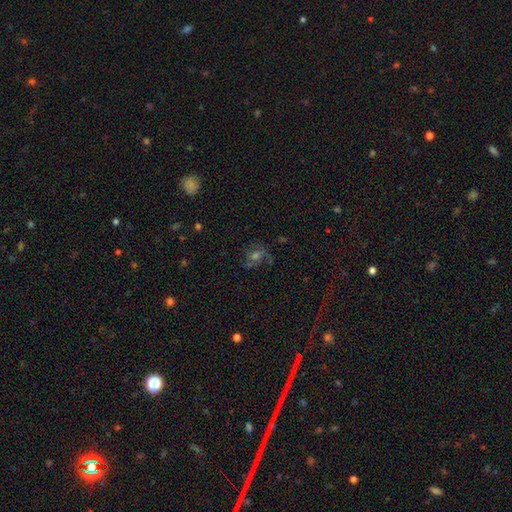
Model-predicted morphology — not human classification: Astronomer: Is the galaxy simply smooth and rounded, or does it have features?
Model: featured or disk — 44% (runner-up: star or artifact, 31%).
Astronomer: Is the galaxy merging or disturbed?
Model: none — 71%.